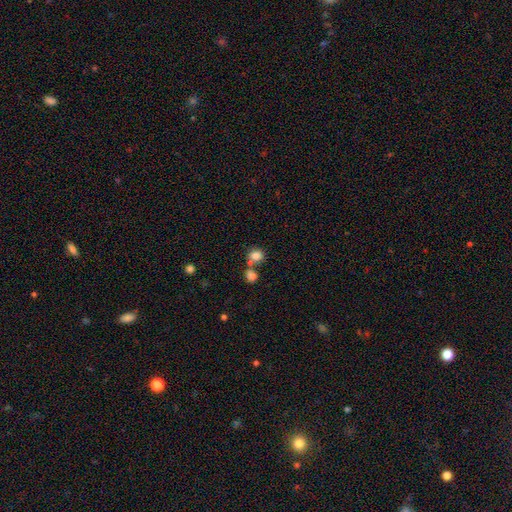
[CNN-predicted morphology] Smooth or featured? smooth (81%)
How rounded? round (70%)
Merging? none (52%)